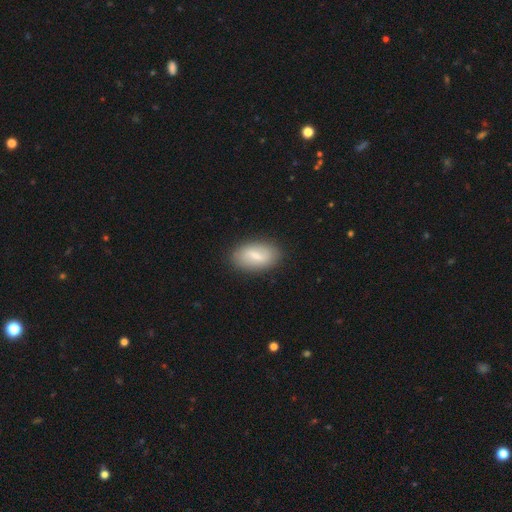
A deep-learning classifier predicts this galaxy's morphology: Smooth or featured: smooth — 65% (featured or disk — 29%)
How rounded: in between — 91% (round — 5%)
Merging: none — 84% (minor disturbance — 11%)